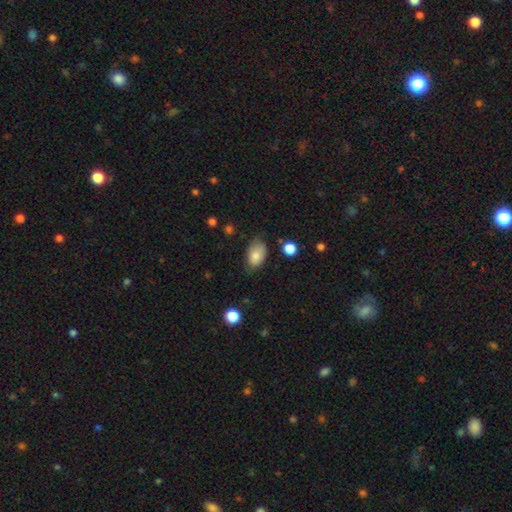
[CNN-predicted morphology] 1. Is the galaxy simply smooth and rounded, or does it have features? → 80% smooth, 12% featured or disk, 8% star or artifact.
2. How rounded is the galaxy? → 89% in between, 9% round, 1% cigar-shaped.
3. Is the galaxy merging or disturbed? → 62% none, 30% minor disturbance, 6% major disturbance, 2% merger.